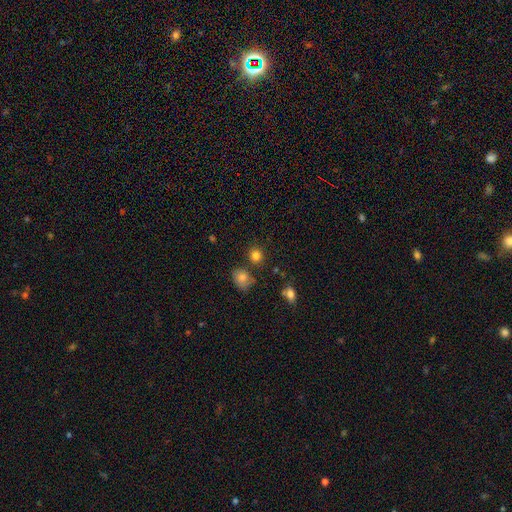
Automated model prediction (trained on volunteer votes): Smooth or featured? Predicted: smooth (p=0.82). How rounded? Predicted: round (p=0.83). Merging? Predicted: none (p=0.77).